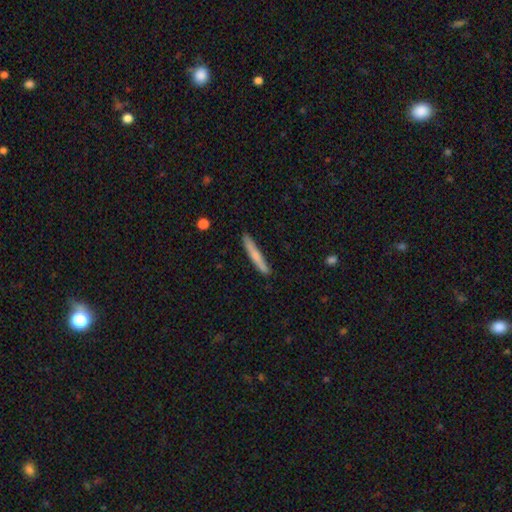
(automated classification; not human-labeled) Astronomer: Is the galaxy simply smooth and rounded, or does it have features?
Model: smooth — 69%.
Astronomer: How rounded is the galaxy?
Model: cigar-shaped — 96%.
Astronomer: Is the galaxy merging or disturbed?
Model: none — 88%.